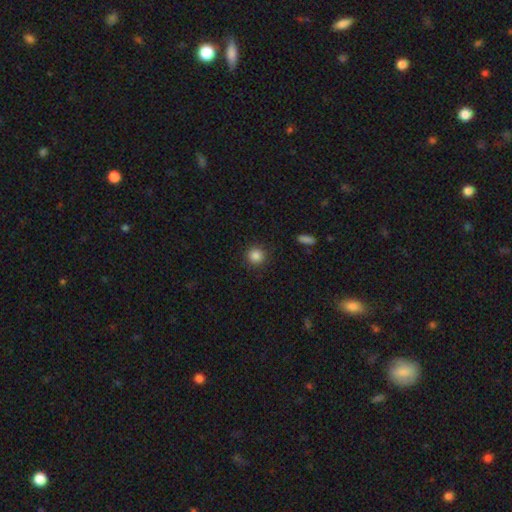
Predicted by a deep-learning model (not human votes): Smooth or featured? Predicted: smooth (p=0.86). How rounded? Predicted: round (p=0.94). Merging? Predicted: none (p=0.91).